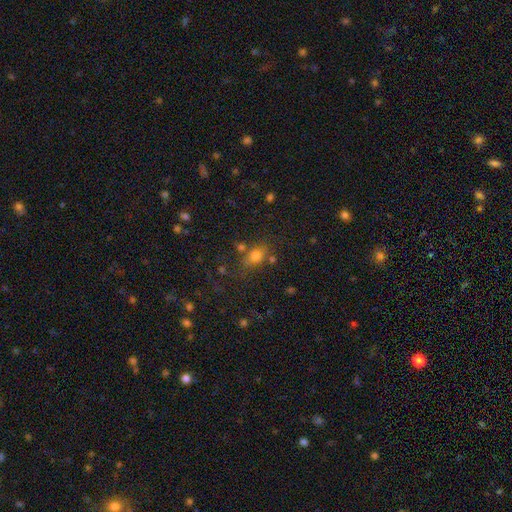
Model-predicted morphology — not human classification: A smooth galaxy with no disk features (70%) that is in between round and cigar-shaped (62%). Merging: none (67%).